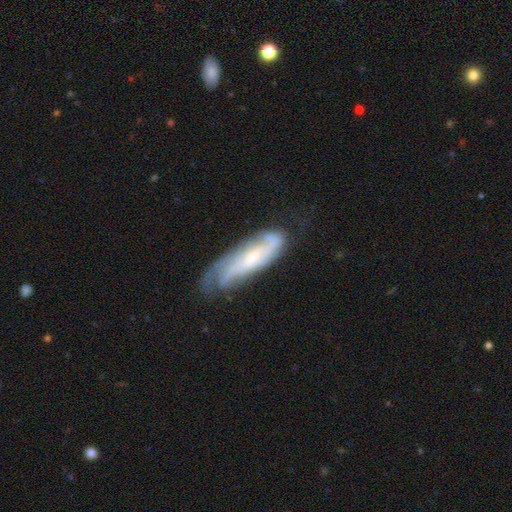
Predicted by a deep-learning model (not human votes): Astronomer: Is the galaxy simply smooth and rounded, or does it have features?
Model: featured or disk — 77%.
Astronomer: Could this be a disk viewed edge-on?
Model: no — 81%.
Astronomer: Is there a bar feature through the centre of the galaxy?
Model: no — 53% (runner-up: weak, 32%).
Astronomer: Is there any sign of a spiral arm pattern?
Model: yes — 92%.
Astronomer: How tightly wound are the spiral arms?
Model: tight — 48% (runner-up: medium, 37%).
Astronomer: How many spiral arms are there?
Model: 2 — 38% (runner-up: can't tell, 35%).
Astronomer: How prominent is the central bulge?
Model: small — 60%.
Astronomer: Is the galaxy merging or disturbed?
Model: none — 63%.